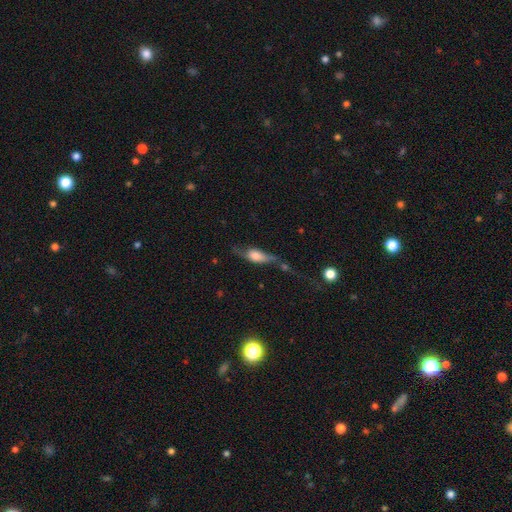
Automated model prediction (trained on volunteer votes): This appears to be a smooth galaxy with no disk features (50%). Merging: none (30%).